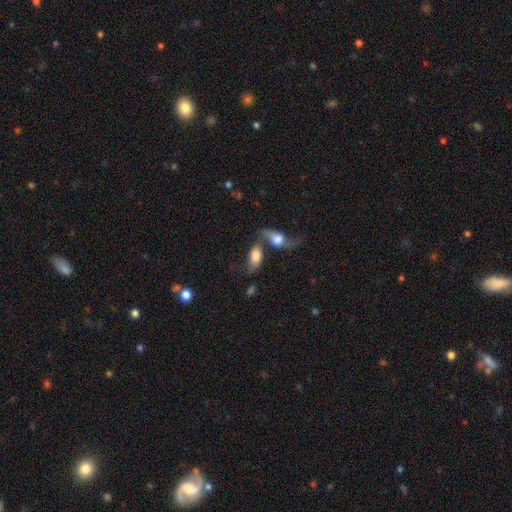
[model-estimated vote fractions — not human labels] smooth 62%, featured or disk 29%, star or artifact 8%. Down the decision tree: how rounded — in between (89%); merging — merger (54%).